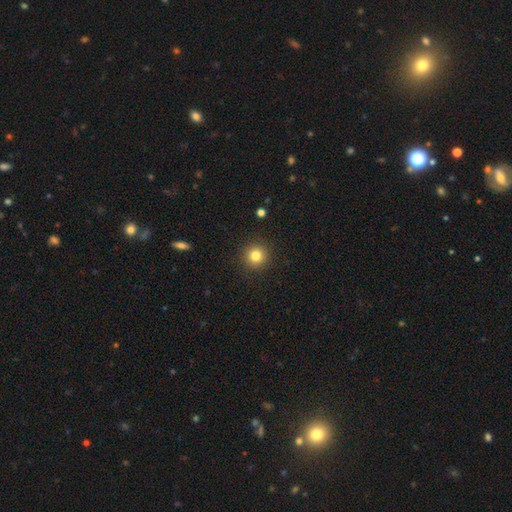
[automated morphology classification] Smooth or featured: smooth — 82% (star or artifact — 12%)
How rounded: round — 95% (in between — 4%)
Merging: none — 92% (minor disturbance — 5%)